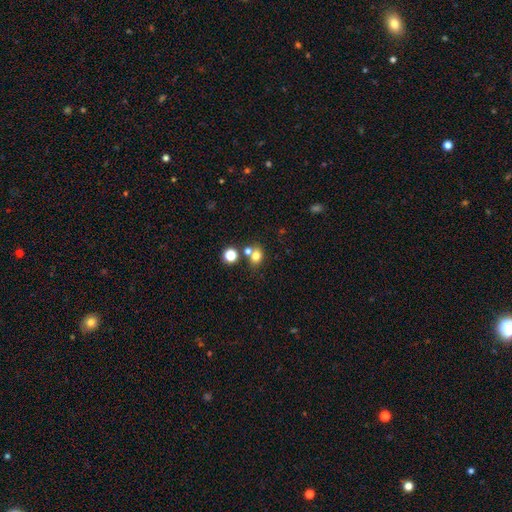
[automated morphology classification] A smooth galaxy with no disk features (74%) that is in between round and cigar-shaped (49%, tied with round).

Vote fractions:
- Smooth or featured? smooth: 74% / star or artifact: 16% / featured or disk: 10%
- How rounded? in between: 49% (tied) / round: 49% (tied) / cigar-shaped: 1%
- Merging? none: 55% / merger: 30% / minor disturbance: 11% / major disturbance: 4%